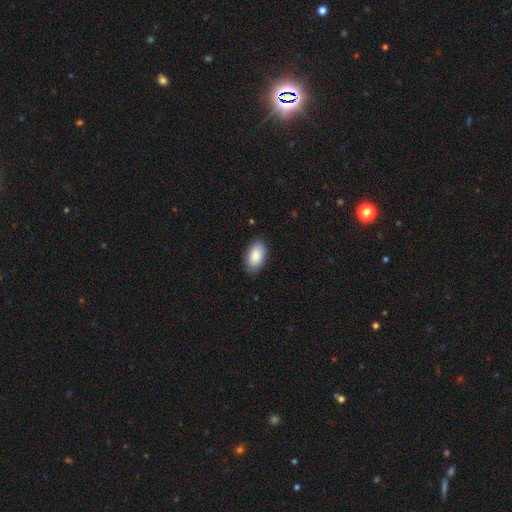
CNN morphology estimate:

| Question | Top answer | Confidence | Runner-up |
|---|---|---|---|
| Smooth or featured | smooth | 88% | featured or disk (6%) |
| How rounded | in between | 94% | round (4%) |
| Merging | none | 83% | minor disturbance (13%) |